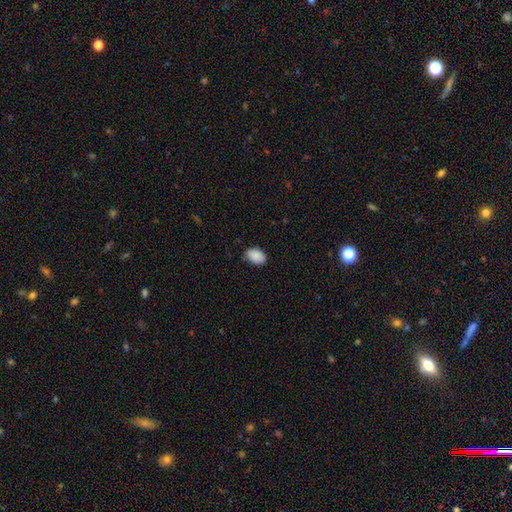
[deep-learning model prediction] This is clearly a smooth galaxy (89%). How rounded: clearly in between (84%). Merging: likely none (80%).